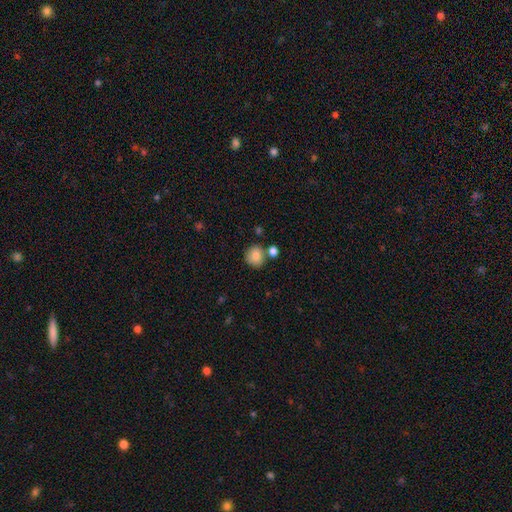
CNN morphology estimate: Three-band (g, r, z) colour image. It shows a smooth galaxy with no disk features (85%) that is round (85%). Merging: none (70%).